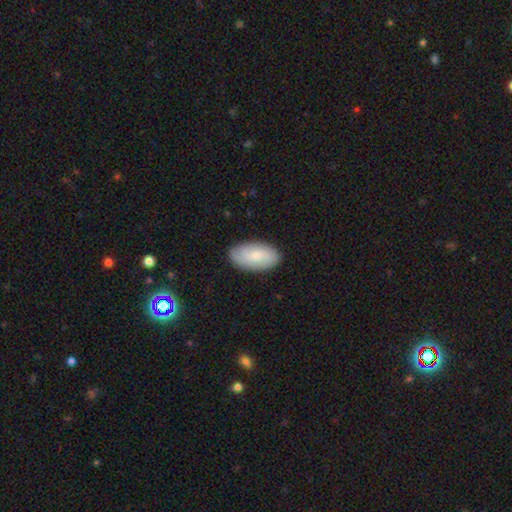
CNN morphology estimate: This is likely a smooth galaxy (61%). How rounded: clearly in between (94%). Merging: clearly none (85%).